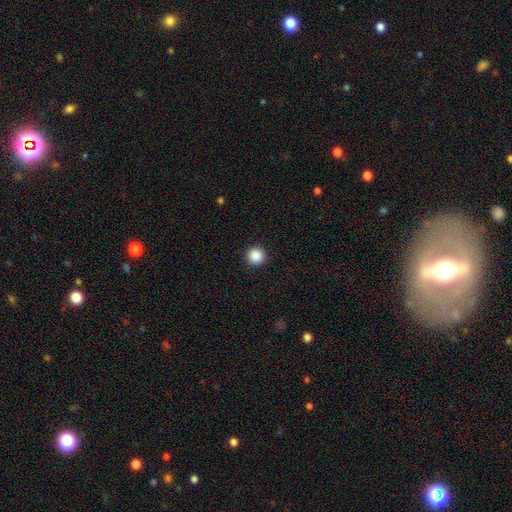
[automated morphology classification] A smooth galaxy with no disk features (88%) that is round (96%). Merging: none (93%).